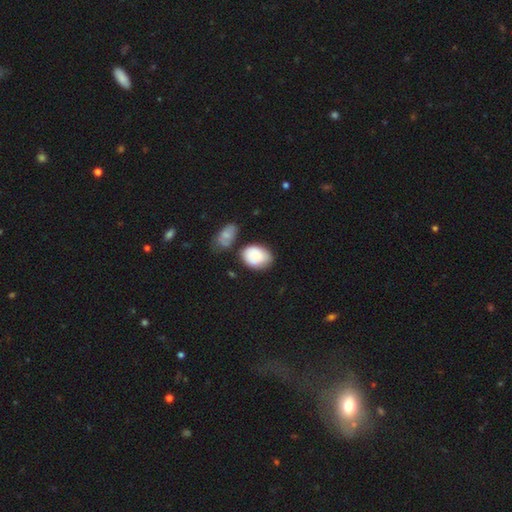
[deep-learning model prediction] Smooth or featured?
  - smooth: 81% *
  - featured or disk: 13%
  - star or artifact: 7%
How rounded?
  - in between: 77% *
  - round: 22%
  - cigar-shaped: 1%
Merging?
  - none: 55% *
  - minor disturbance: 25%
  - merger: 13%
  - major disturbance: 7%